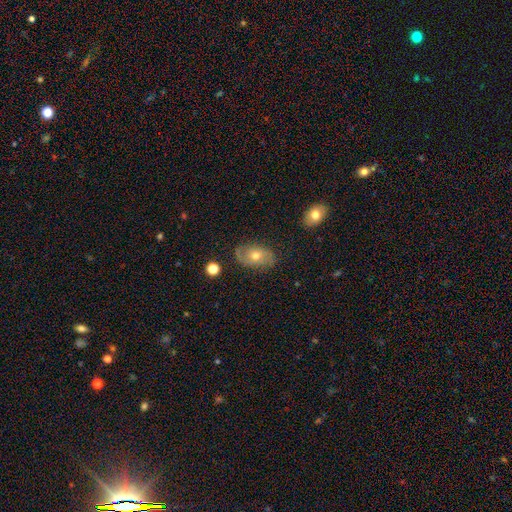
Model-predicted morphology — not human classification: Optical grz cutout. It shows a featured or disk galaxy (53%). Merging: none (75%).